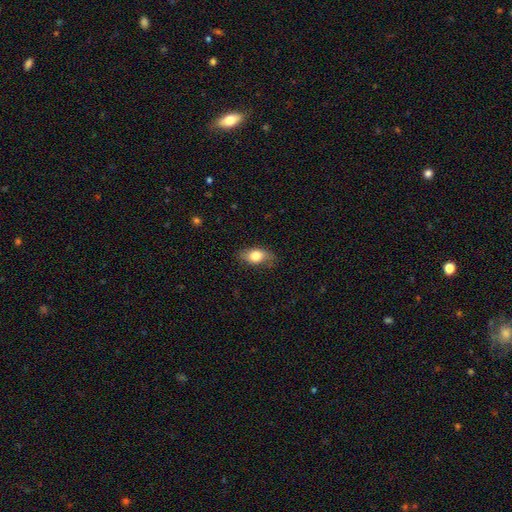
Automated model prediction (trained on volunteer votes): Smooth or featured: smooth — 74% (featured or disk — 19%)
How rounded: in between — 85% (round — 9%)
Merging: none — 74% (minor disturbance — 20%)